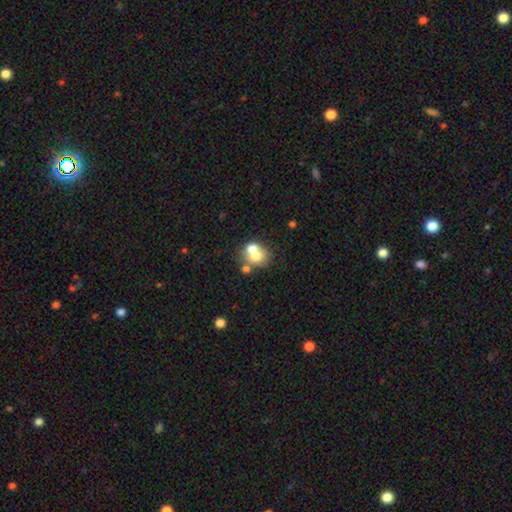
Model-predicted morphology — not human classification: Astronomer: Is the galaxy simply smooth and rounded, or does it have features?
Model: smooth — 64%.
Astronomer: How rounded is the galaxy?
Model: round — 66%.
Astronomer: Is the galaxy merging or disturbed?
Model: merger — 49% (runner-up: none, 38%).